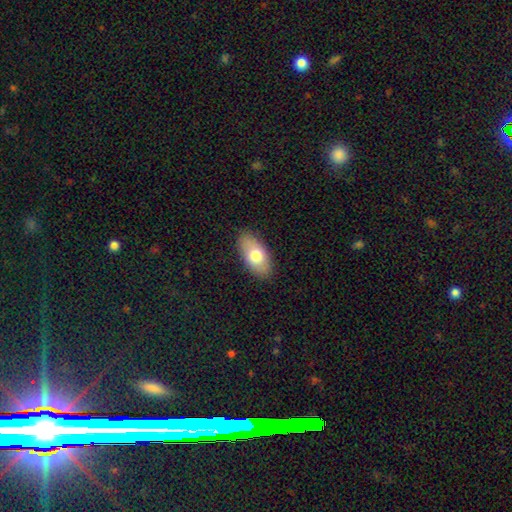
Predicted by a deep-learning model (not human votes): Smooth or featured?
  - smooth: 74% *
  - featured or disk: 20%
  - star or artifact: 7%
How rounded?
  - in between: 92% *
  - cigar-shaped: 4%
  - round: 4%
Merging?
  - none: 85% *
  - minor disturbance: 11%
  - major disturbance: 3%
  - merger: 1%